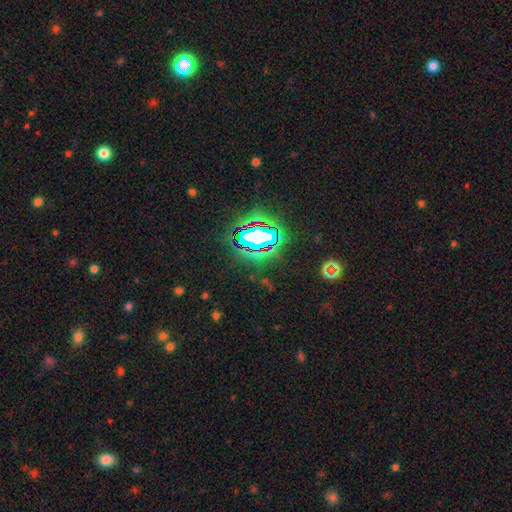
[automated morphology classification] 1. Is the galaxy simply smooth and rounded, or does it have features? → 82% star or artifact, 11% smooth, 7% featured or disk.